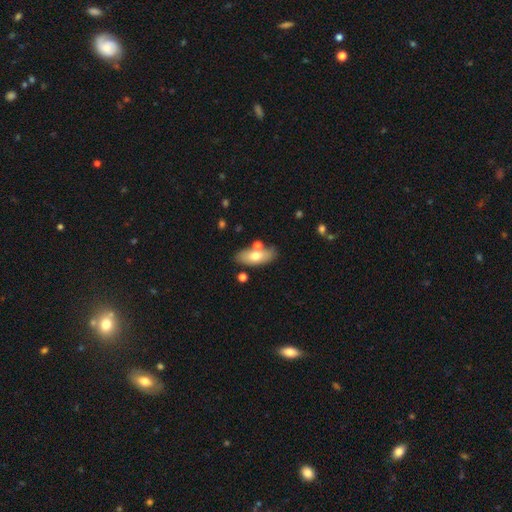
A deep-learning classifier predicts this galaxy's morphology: Smooth or featured? Predicted: smooth (p=0.66). How rounded? Predicted: in between (p=0.81). Merging? Predicted: none (p=0.73).